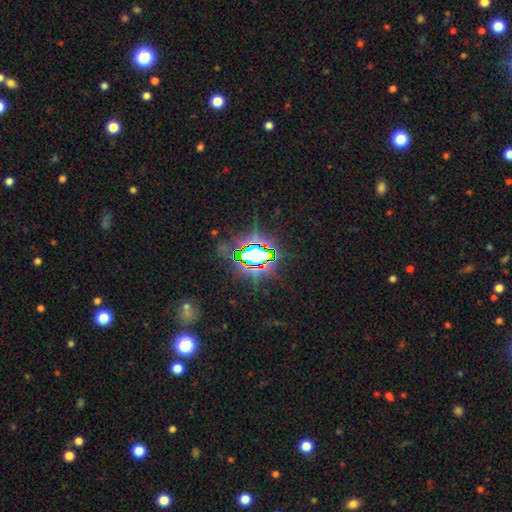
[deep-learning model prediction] Overall: star or artifact (76%).